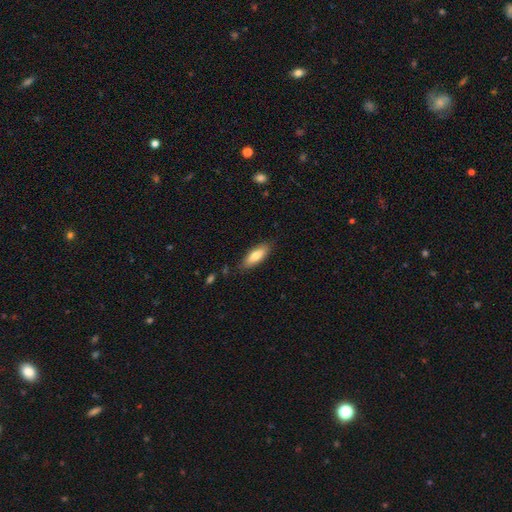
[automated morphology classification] Smooth or featured? smooth (77%)
How rounded? in between (66%)
Merging? none (84%)